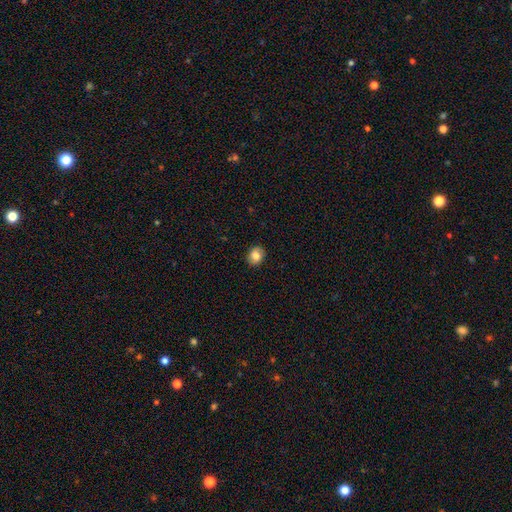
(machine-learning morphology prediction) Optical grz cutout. It shows a smooth galaxy with no disk features (80%) that is round (55%). Merging: none (88%).